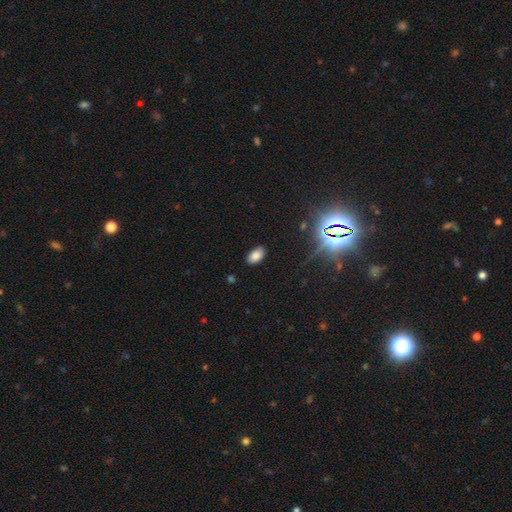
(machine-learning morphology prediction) Overall: smooth (80%). How rounded: in between (94%). Merging: none (87%).